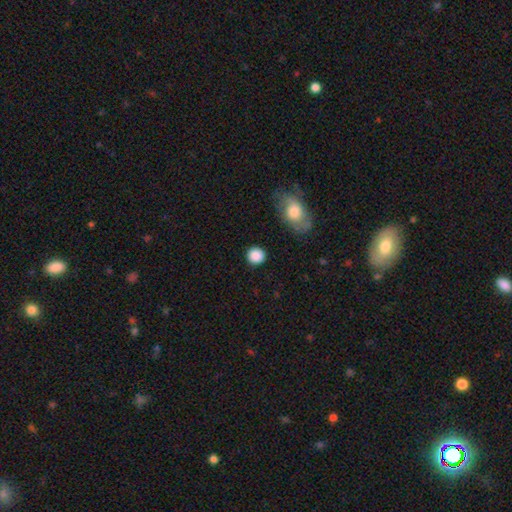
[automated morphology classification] This appears to be a smooth galaxy with no disk features (88%) that is round (90%). Merging: none (89%).